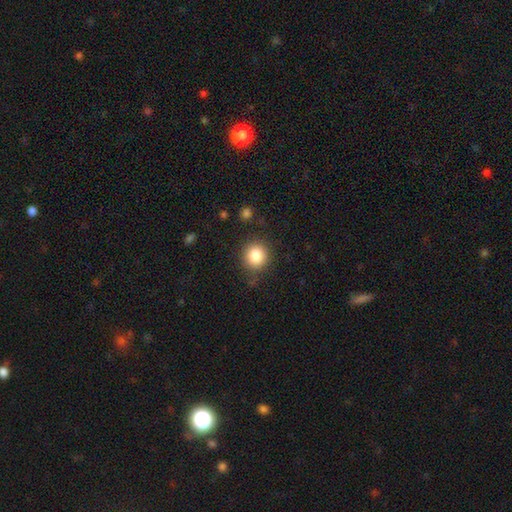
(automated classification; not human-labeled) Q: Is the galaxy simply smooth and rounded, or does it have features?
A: smooth — 85%.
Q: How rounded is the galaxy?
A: round — 89%.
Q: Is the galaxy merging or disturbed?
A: none — 83%.